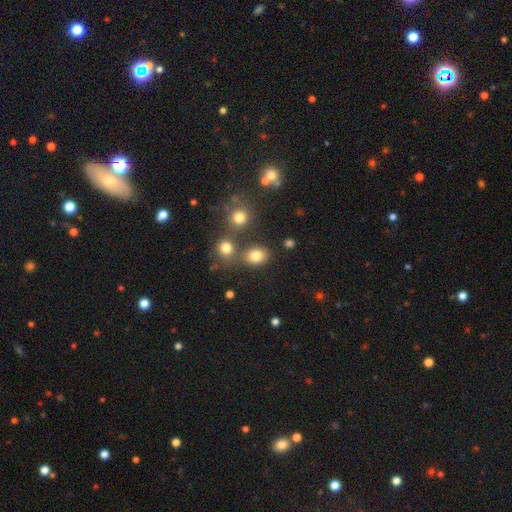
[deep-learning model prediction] A smooth galaxy with no disk features (79%) that is in between round and cigar-shaped (50%).

Vote fractions:
- Smooth or featured? smooth: 79% / star or artifact: 14% / featured or disk: 7%
- How rounded? in between: 50% / round: 49% / cigar-shaped: 1%
- Merging? none: 68% / merger: 17% / minor disturbance: 10% / major disturbance: 4%